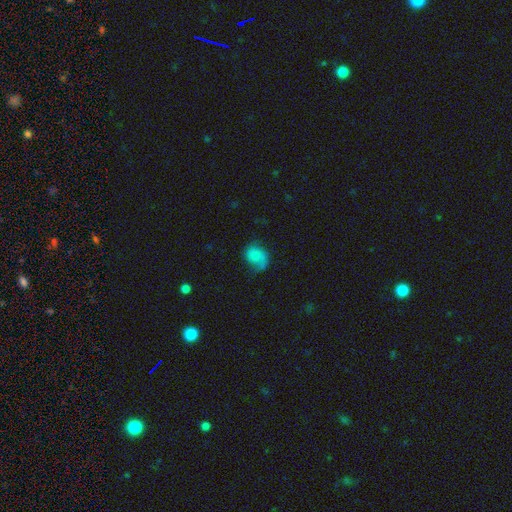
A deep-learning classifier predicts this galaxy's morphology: Smooth or featured: smooth — 62% (featured or disk — 29%)
How rounded: in between — 50% (round — 48%)
Merging: none — 43% (minor disturbance — 29%)